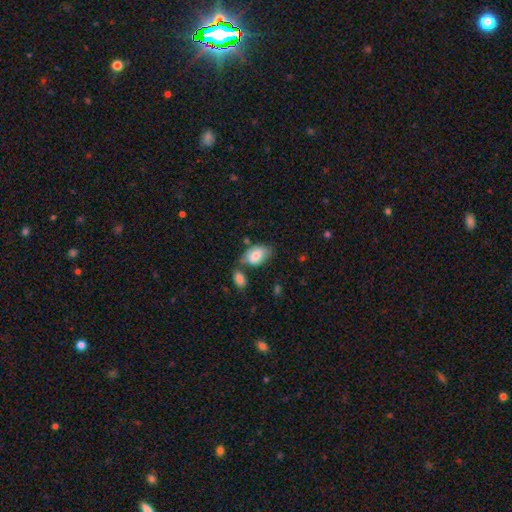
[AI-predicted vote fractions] smooth 77%, featured or disk 16%, star or artifact 7%. Down the decision tree: how rounded — in between (91%); merging — none (55%).